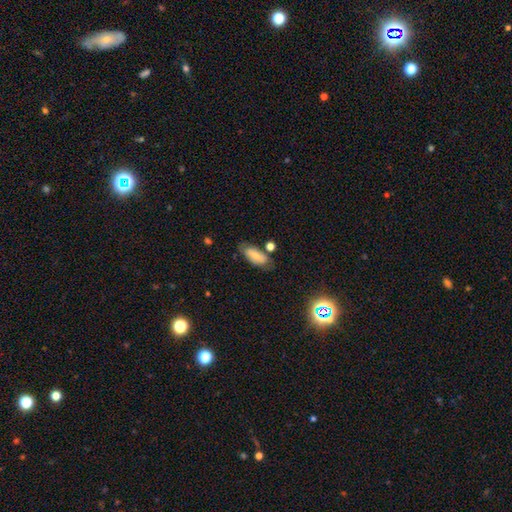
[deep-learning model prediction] A smooth galaxy with no disk features (71%) that is in between round and cigar-shaped (82%). Merging: none (68%).